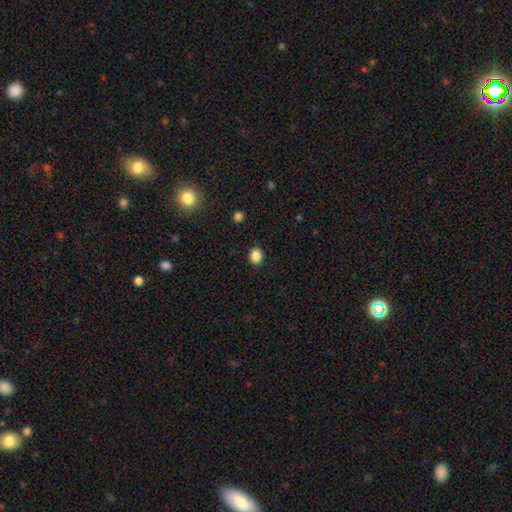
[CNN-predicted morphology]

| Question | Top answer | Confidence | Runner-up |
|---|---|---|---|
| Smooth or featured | smooth | 87% | star or artifact (10%) |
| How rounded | in between | 50% | round (49%) |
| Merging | none | 90% | minor disturbance (7%) |